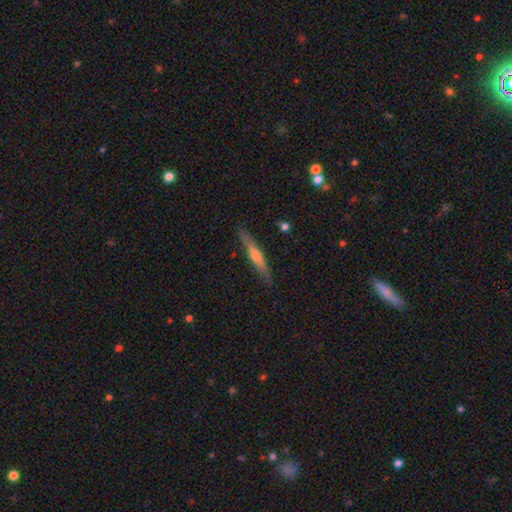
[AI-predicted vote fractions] This appears to be a featured or disk galaxy (53%) viewed edge-on (95%) with a rounded central bulge (60%). Merging: none (87%).